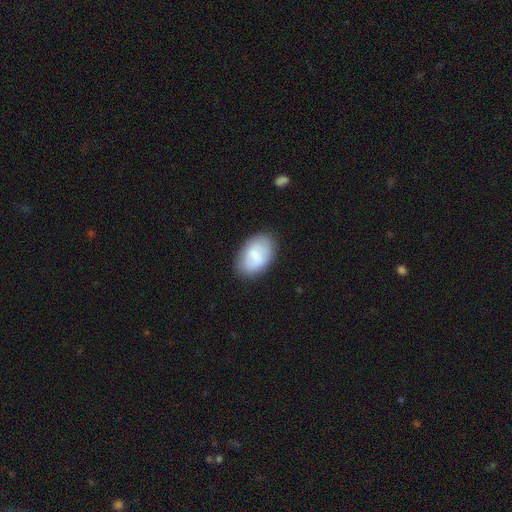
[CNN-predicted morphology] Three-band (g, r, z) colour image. It shows a smooth galaxy with no disk features (73%) that is in between round and cigar-shaped (90%). Merging: none (81%).